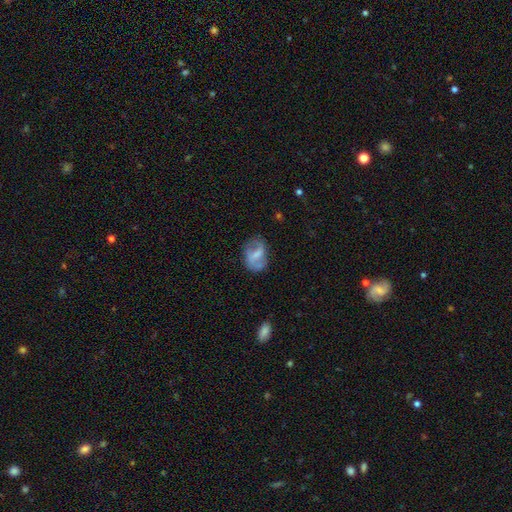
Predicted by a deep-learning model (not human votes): featured or disk 51%, smooth 41%, star or artifact 8%. Down the decision tree: edge-on disk — no (96%); merging — none (57%).